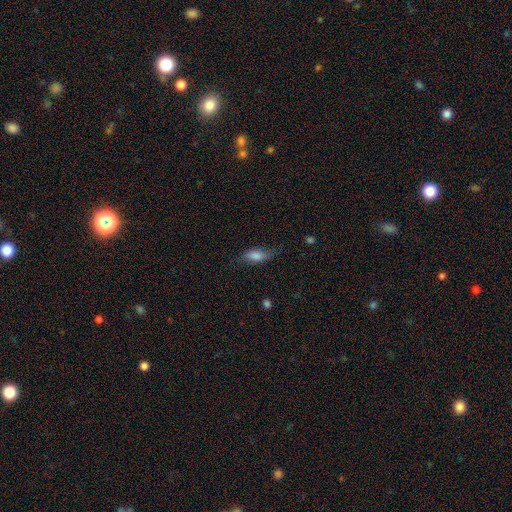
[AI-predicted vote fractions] Smooth or featured: smooth — 74% (featured or disk — 19%)
How rounded: in between — 74% (cigar-shaped — 23%)
Merging: none — 63% (minor disturbance — 27%)